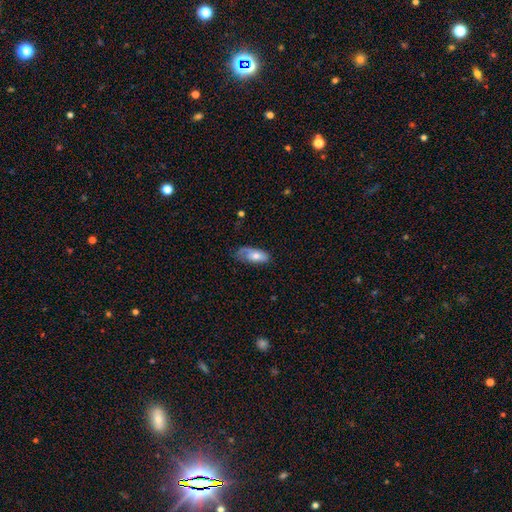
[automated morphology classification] Smooth or featured: smooth — 63% (featured or disk — 31%)
How rounded: in between — 87% (cigar-shaped — 10%)
Merging: none — 42% (minor disturbance — 34%)